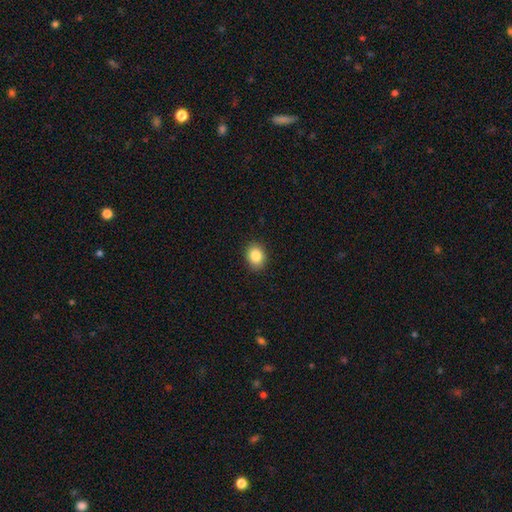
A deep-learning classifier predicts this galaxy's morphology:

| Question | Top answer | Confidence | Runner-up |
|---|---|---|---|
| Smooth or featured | smooth | 86% | star or artifact (9%) |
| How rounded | in between | 55% | round (44%) |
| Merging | none | 89% | minor disturbance (8%) |